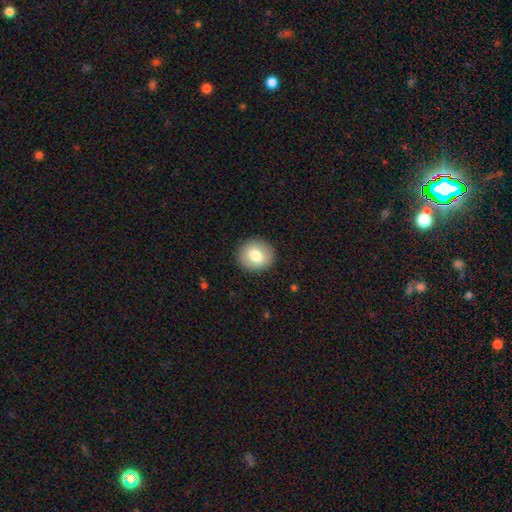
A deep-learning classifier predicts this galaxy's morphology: This is likely a smooth galaxy (79%). How rounded: likely round (73%). Merging: clearly none (90%).